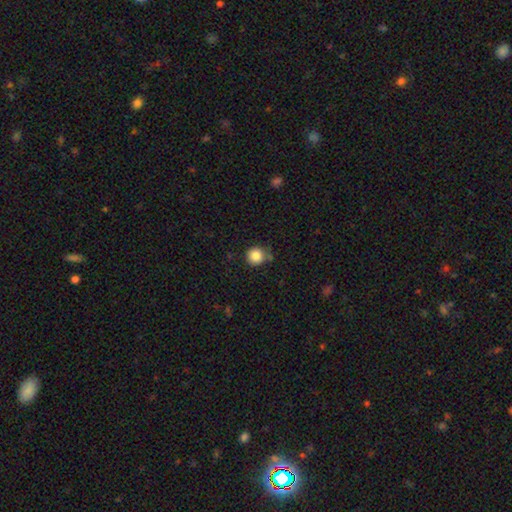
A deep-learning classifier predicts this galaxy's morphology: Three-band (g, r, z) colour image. It shows a smooth galaxy with no disk features (85%) that is round (93%). Merging: none (76%).